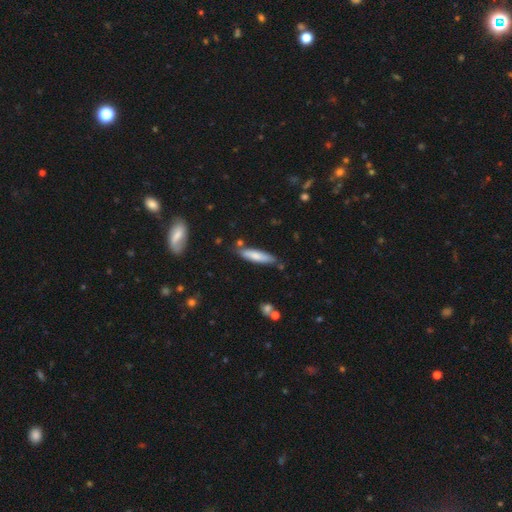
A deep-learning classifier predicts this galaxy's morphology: Q: Smooth or featured?
A: smooth (73%); runner-up: featured or disk (21%)
Q: How rounded?
A: cigar-shaped (77%); runner-up: in between (22%)
Q: Merging?
A: none (76%); runner-up: minor disturbance (16%)